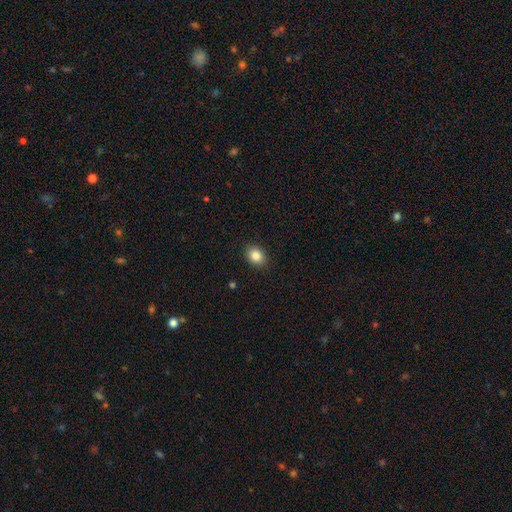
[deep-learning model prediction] Overall: smooth (86%). How rounded: in between (60%; round 39%). Merging: none (89%).